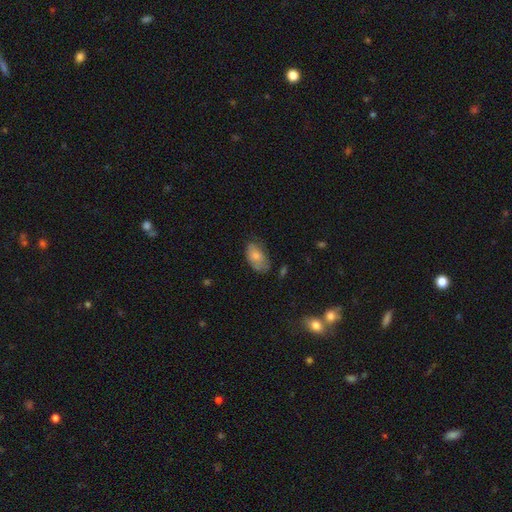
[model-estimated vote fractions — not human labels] Smooth or featured? Predicted: smooth (p=0.68). How rounded? Predicted: in between (p=0.92). Merging? Predicted: none (p=0.59).